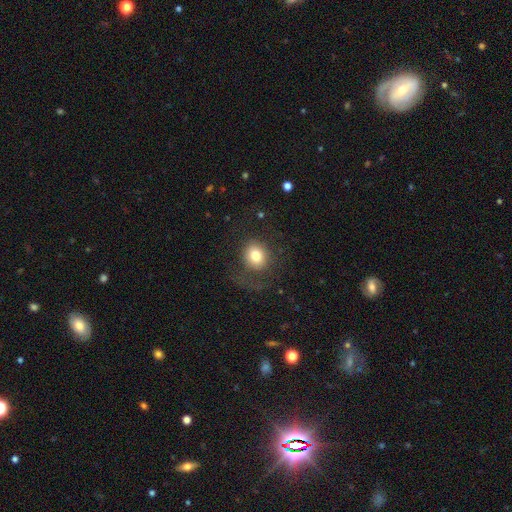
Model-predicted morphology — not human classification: smooth-or-featured: smooth: 77% | featured or disk: 13% | star or artifact: 10%
  how-rounded: round: 75% | in between: 24% | cigar-shaped: 1%
  merging: none: 63% | major disturbance: 19% | minor disturbance: 16% | merger: 2%